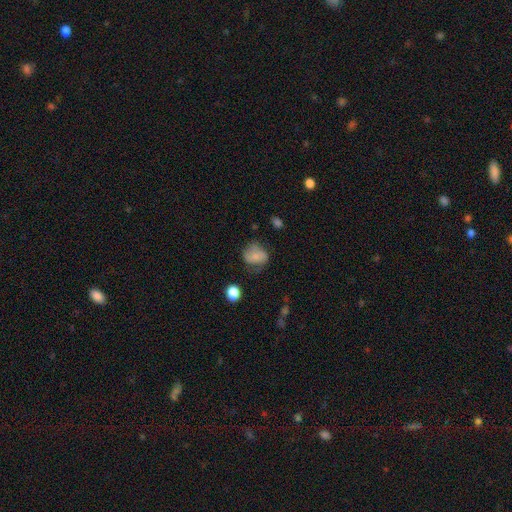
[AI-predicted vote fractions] A smooth galaxy with no disk features (59%) that is round (59%).

Vote fractions:
- Smooth or featured? smooth: 59% / featured or disk: 31% / star or artifact: 10%
- How rounded? round: 59% / in between: 40% / cigar-shaped: 1%
- Merging? none: 52% / minor disturbance: 29% / major disturbance: 16% / merger: 3%